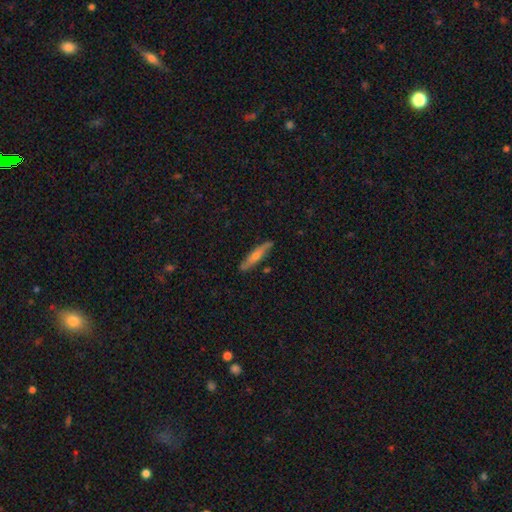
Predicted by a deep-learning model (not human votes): A smooth galaxy with no disk features (48%). Merging: none (84%).